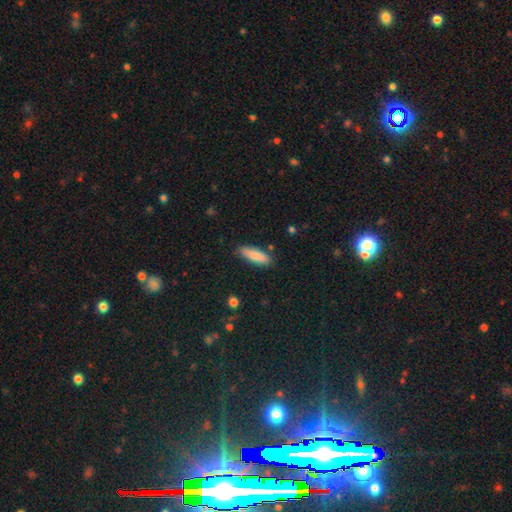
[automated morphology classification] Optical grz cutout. It shows a smooth galaxy with no disk features (85%) that is cigar-shaped (56%). Merging: none (85%).